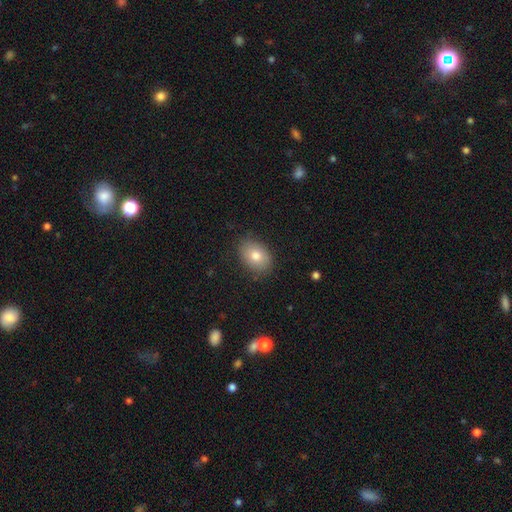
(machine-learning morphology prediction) This appears to be a smooth galaxy with no disk features (79%) that is in between round and cigar-shaped (73%). Merging: none (83%).